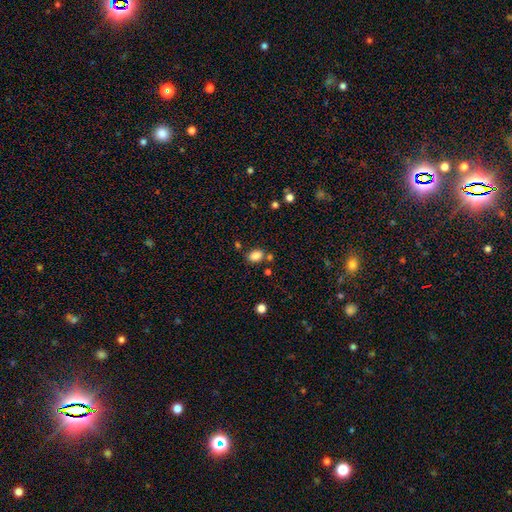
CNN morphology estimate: This is clearly a smooth galaxy (85%). How rounded: likely in between (75%). Merging: likely none (72%).